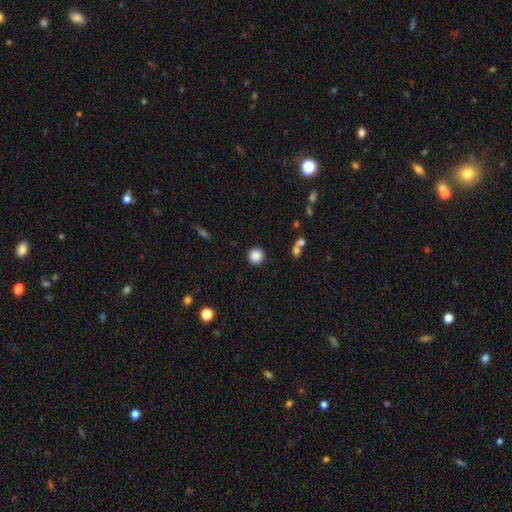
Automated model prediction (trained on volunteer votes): Morphology: type=smooth (86%); roundness=round (93%); merging=none (89%).